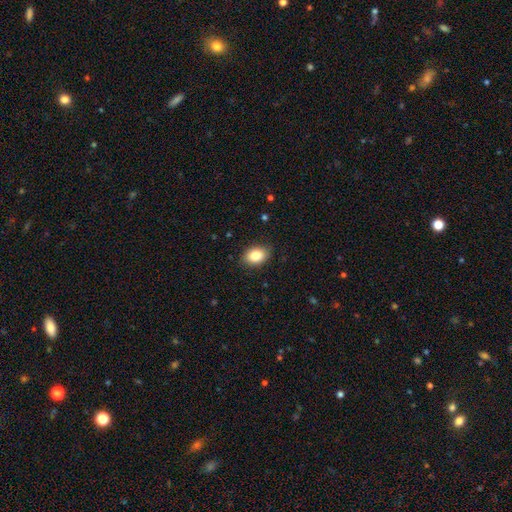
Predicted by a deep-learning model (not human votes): Smooth or featured? Predicted: smooth (p=0.86). How rounded? Predicted: in between (p=0.81). Merging? Predicted: none (p=0.86).